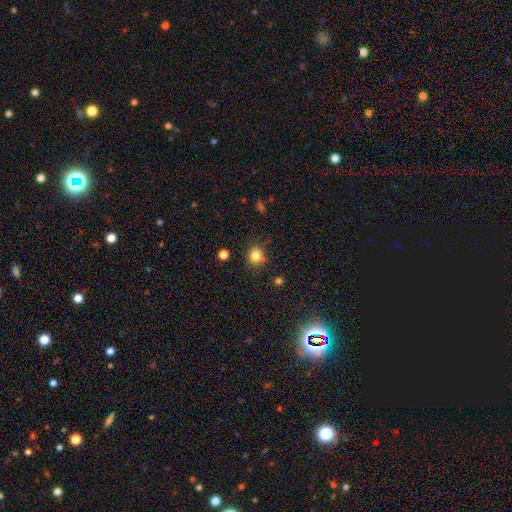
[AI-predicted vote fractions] smooth 82%, star or artifact 12%, featured or disk 6%. Down the decision tree: how rounded — round (83%); merging — none (76%).